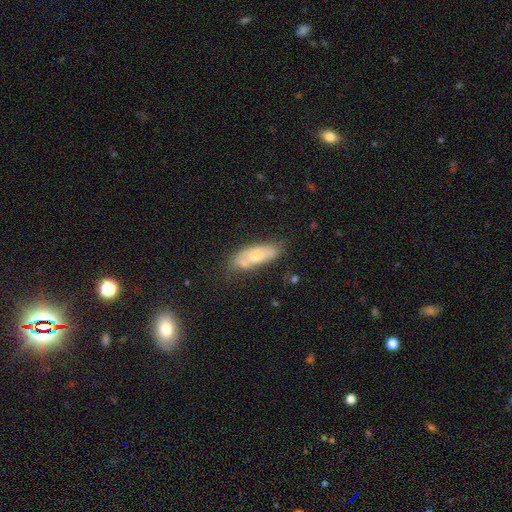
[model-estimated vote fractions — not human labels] Smooth or featured?
  - smooth: 58% *
  - featured or disk: 35%
  - star or artifact: 7%
How rounded?
  - in between: 73% *
  - cigar-shaped: 24%
  - round: 3%
Merging?
  - none: 55% *
  - minor disturbance: 24%
  - merger: 13%
  - major disturbance: 8%